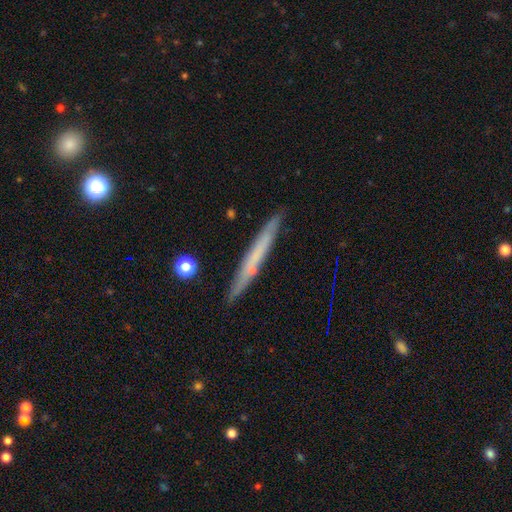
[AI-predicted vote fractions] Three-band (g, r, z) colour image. It shows a featured or disk galaxy (47%). Merging: none (87%).